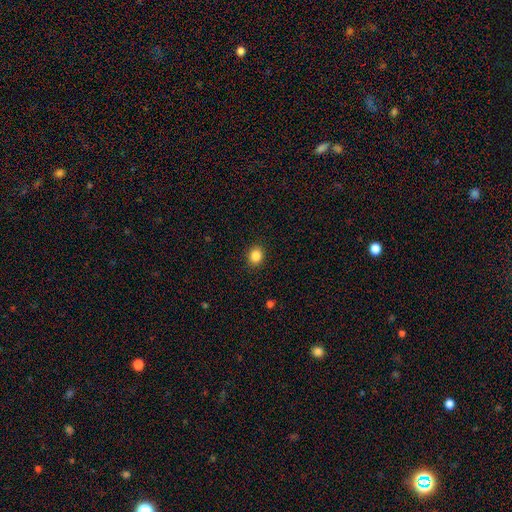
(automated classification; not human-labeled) Smooth or featured? smooth (86%)
How rounded? round (63%)
Merging? none (90%)